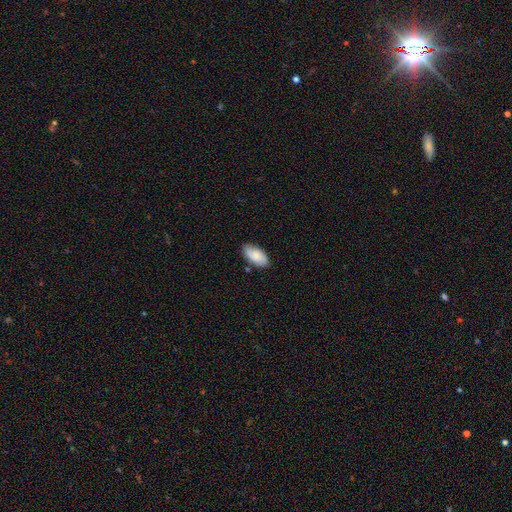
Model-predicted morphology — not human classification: smooth_or_featured: smooth (p=0.81) [alt: featured or disk p=0.12]
how_rounded: in between (p=0.94) [alt: cigar-shaped p=0.03]
merging: none (p=0.82) [alt: minor disturbance p=0.14]